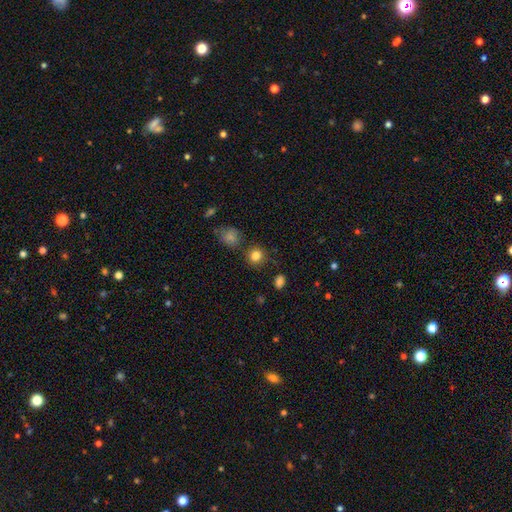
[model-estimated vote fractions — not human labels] smooth_or_featured: smooth (p=0.83) [alt: star or artifact p=0.11]
how_rounded: round (p=0.84) [alt: in between p=0.15]
merging: none (p=0.82) [alt: minor disturbance p=0.10]